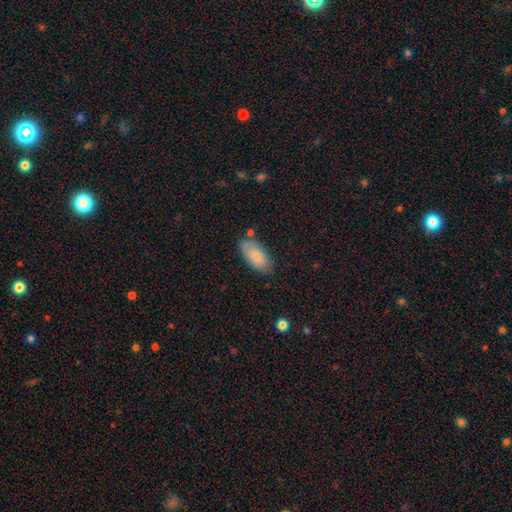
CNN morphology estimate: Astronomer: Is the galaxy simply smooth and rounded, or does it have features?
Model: smooth — 82%.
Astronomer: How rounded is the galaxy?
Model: in between — 92%.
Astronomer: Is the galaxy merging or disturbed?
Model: none — 75%.